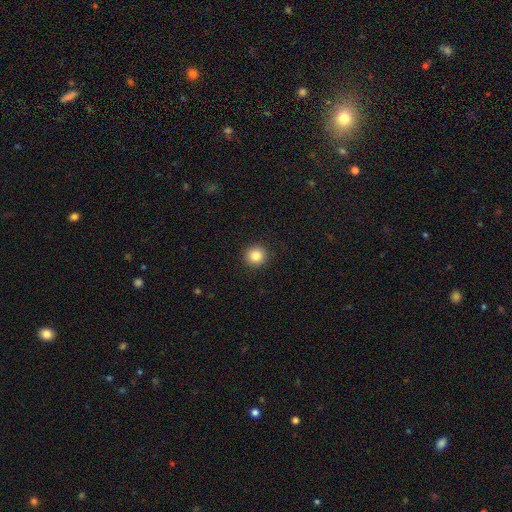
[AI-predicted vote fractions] smooth_or_featured: smooth (p=0.85) [alt: star or artifact p=0.10]
how_rounded: round (p=0.94) [alt: in between p=0.05]
merging: none (p=0.92) [alt: minor disturbance p=0.05]